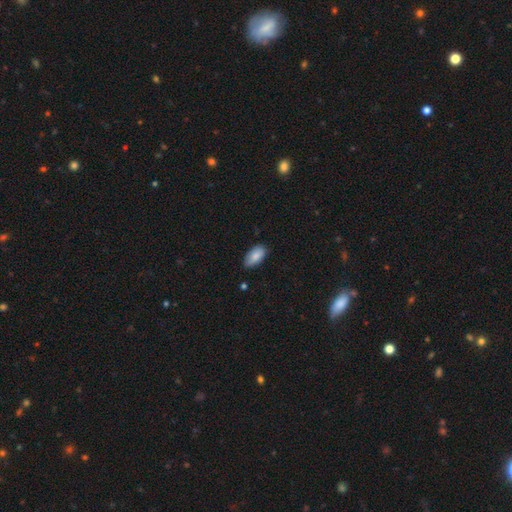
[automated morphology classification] This appears to be a smooth galaxy with no disk features (84%) that is in between round and cigar-shaped (93%). Merging: none (74%).